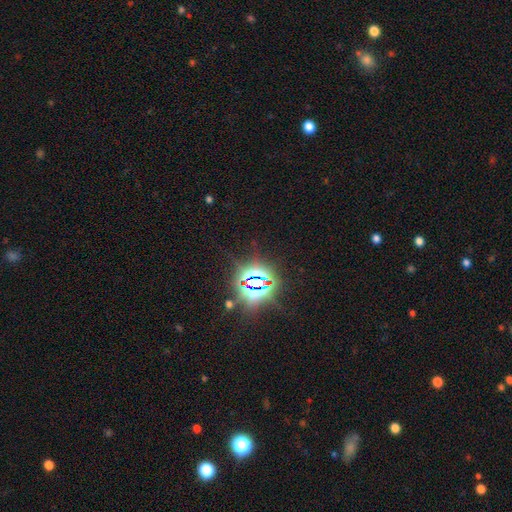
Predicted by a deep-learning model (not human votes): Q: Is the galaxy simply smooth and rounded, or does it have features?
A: star or artifact — 83%.